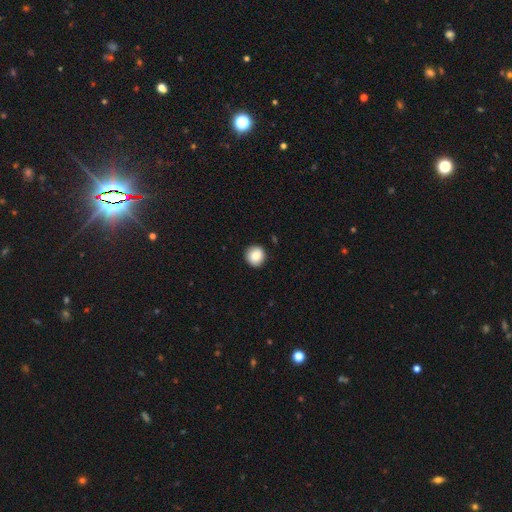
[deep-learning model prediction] smooth_or_featured: smooth (p=0.87) [alt: star or artifact p=0.08]
how_rounded: round (p=0.93) [alt: in between p=0.06]
merging: none (p=0.90) [alt: minor disturbance p=0.07]